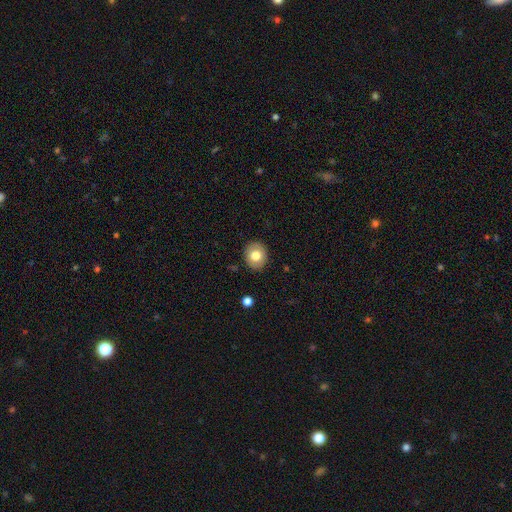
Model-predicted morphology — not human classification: This is likely a smooth galaxy (75%). How rounded: likely round (67%). Merging: clearly none (89%).